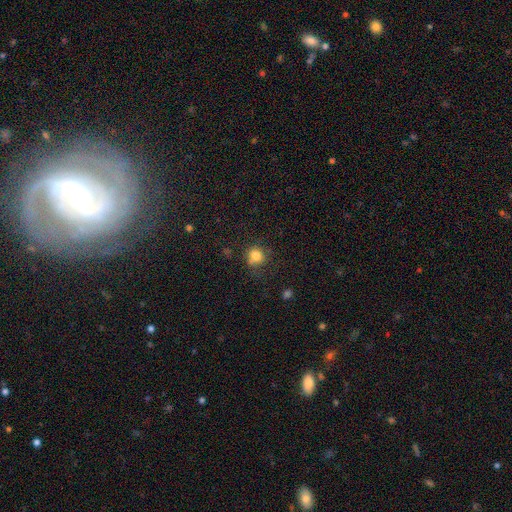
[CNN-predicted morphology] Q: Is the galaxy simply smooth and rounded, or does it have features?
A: smooth — 81%.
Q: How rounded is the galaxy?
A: round — 84%.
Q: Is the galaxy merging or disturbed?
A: none — 69%.